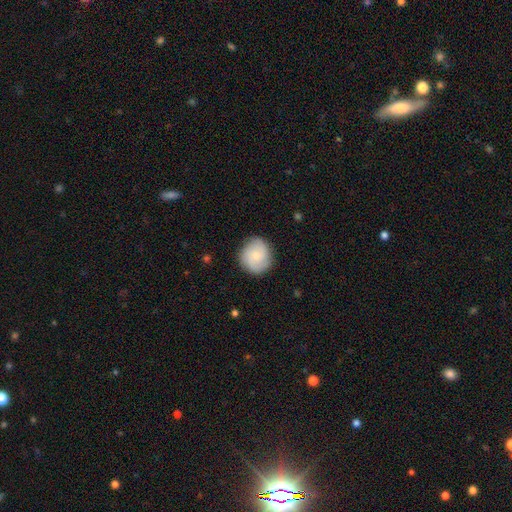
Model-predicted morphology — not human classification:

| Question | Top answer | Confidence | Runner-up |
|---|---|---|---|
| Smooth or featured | smooth | 54% | featured or disk (39%) |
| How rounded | round | 87% | in between (12%) |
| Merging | none | 84% | minor disturbance (12%) |